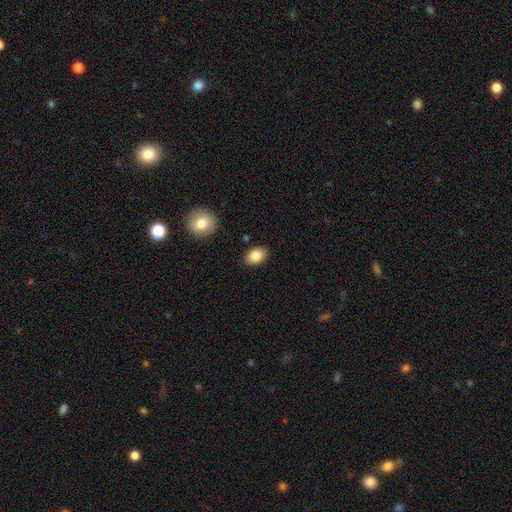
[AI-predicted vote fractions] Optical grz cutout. It shows a smooth galaxy with no disk features (85%) that is in between round and cigar-shaped (81%). Merging: none (87%).